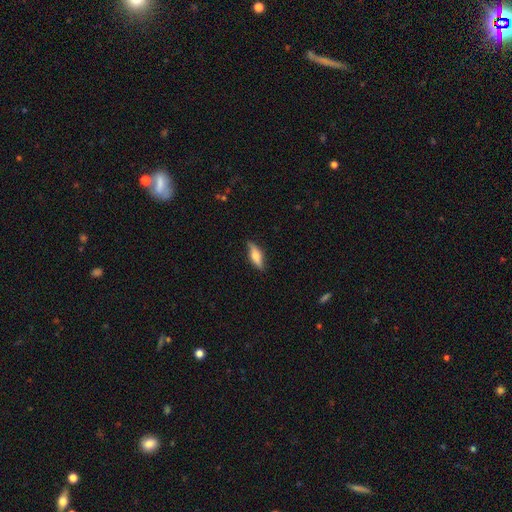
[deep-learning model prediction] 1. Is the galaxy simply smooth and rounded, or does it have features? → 50% smooth, 43% featured or disk, 6% star or artifact.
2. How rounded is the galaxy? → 51% in between, 47% cigar-shaped, 3% round.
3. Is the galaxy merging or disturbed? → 79% none, 17% minor disturbance, 3% major disturbance, 1% merger.